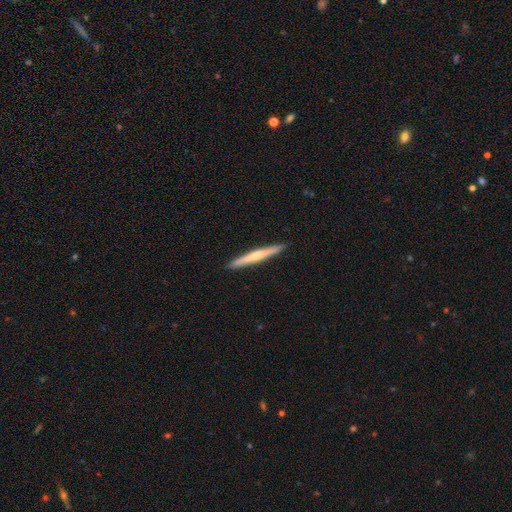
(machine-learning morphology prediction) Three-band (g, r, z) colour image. It shows a featured or disk galaxy (50%). Merging: none (92%).